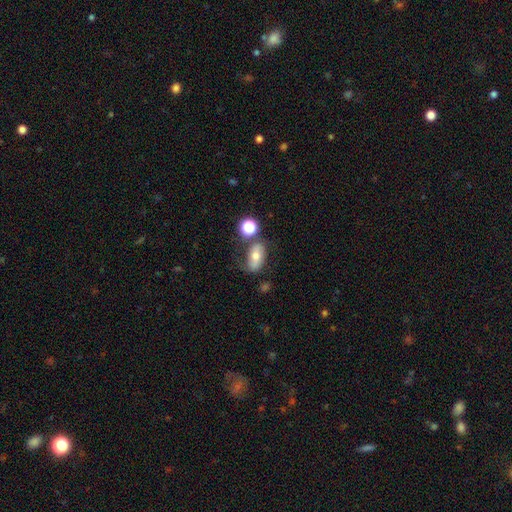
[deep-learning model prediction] A smooth galaxy with no disk features (56%) that is in between round and cigar-shaped (81%). Merging: none (57%).